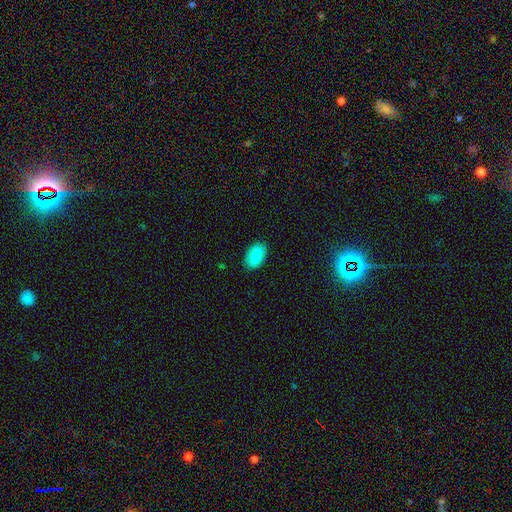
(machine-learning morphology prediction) A smooth galaxy with no disk features (88%) that is in between round and cigar-shaped (93%). Merging: none (86%).